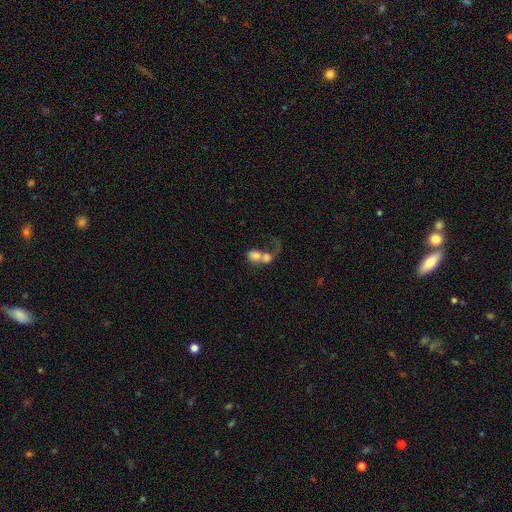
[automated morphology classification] type=smooth (61%); roundness=in between (56%); merging=merger (74%).